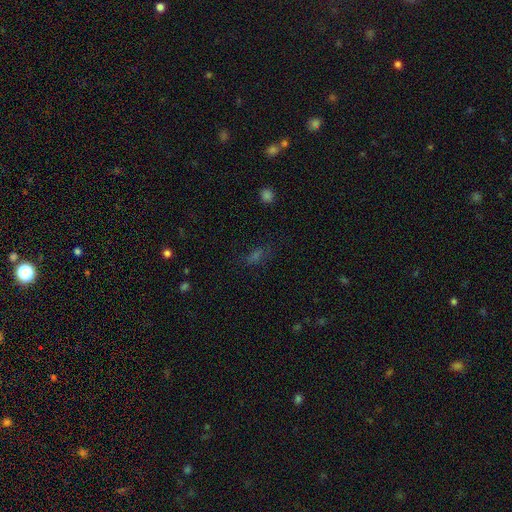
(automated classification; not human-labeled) This is possibly a smooth galaxy (47%). Merging: likely none (69%).